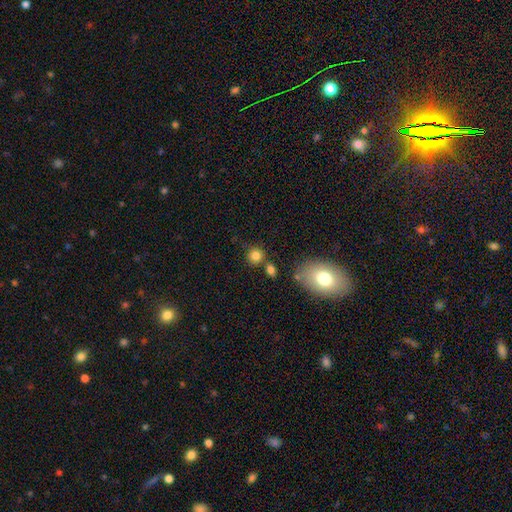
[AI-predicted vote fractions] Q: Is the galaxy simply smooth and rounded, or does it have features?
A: smooth — 82%.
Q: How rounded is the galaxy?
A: round — 87%.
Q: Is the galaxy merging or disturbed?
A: none — 69%.